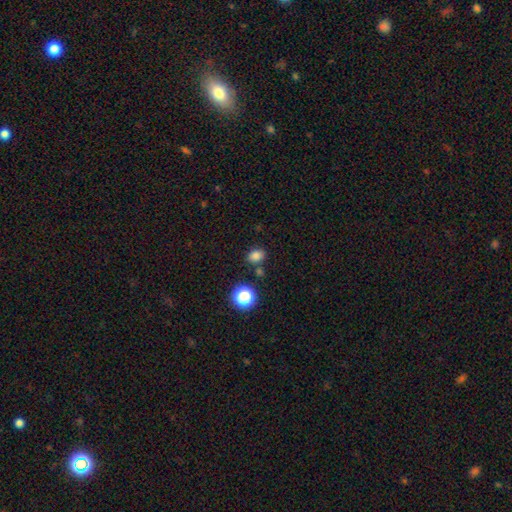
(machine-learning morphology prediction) This is likely a smooth galaxy (80%). How rounded: possibly in between (59%). Merging: likely none (78%).